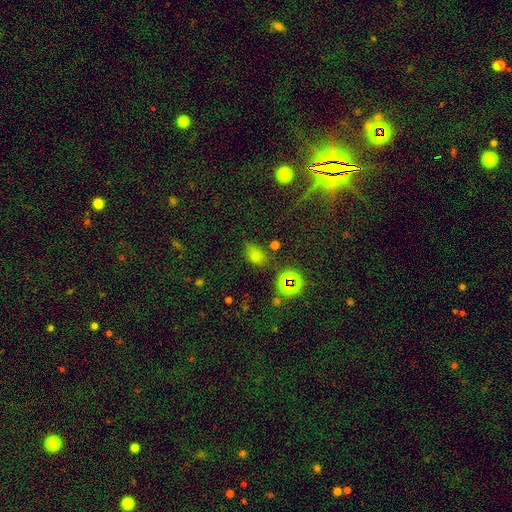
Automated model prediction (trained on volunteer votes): Smooth or featured?
  - smooth: 62% *
  - star or artifact: 31%
  - featured or disk: 7%
How rounded?
  - in between: 80% *
  - round: 18%
  - cigar-shaped: 2%
Merging?
  - none: 60% *
  - minor disturbance: 24%
  - major disturbance: 10%
  - merger: 6%